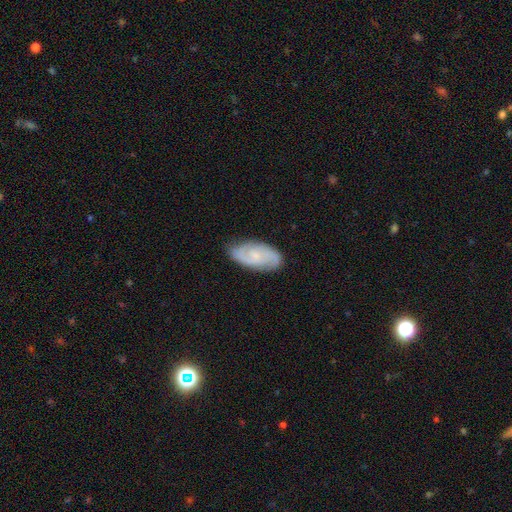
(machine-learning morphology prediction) type=featured or disk (72%); edge-on=no (95%); bar=no (62%); spiral arms=yes (94%); winding=tight (44%); arm count=2 (71%); bulge=small (66%); merging=none (81%).